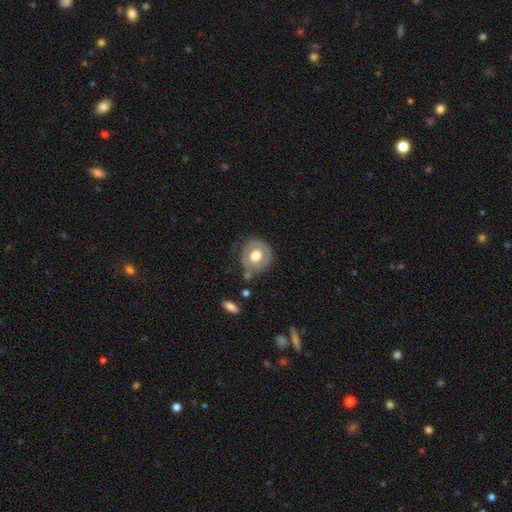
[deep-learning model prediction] smooth 48%, featured or disk 46%, star or artifact 6%. Down the decision tree: merging — none (68%).